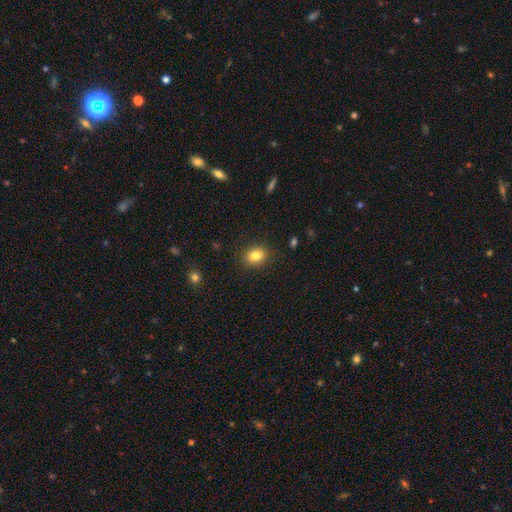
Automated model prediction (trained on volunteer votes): Smooth or featured? Predicted: smooth (p=0.84). How rounded? Predicted: in between (p=0.58). Merging? Predicted: none (p=0.88).